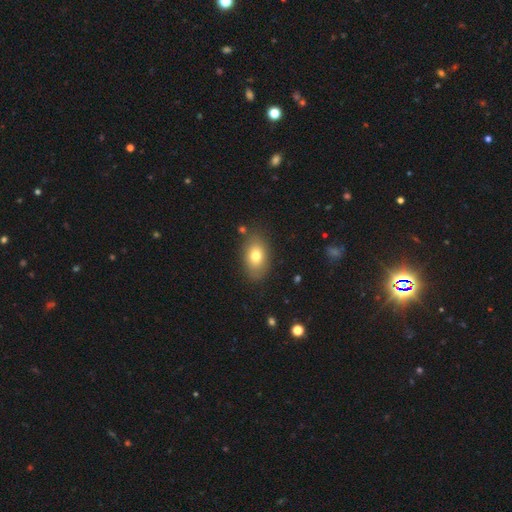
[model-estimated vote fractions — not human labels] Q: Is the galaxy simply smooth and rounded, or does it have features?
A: smooth — 76%.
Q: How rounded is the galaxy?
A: in between — 87%.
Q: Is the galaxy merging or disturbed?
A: none — 82%.